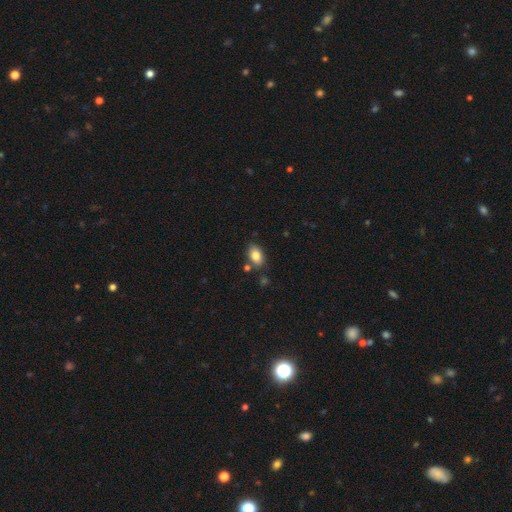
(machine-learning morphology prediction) A smooth galaxy with no disk features (82%) that is in between round and cigar-shaped (87%).

Vote fractions:
- Smooth or featured? smooth: 82% / featured or disk: 9% / star or artifact: 8%
- How rounded? in between: 87% / round: 12% / cigar-shaped: 2%
- Merging? none: 75% / minor disturbance: 14% / merger: 8% / major disturbance: 3%